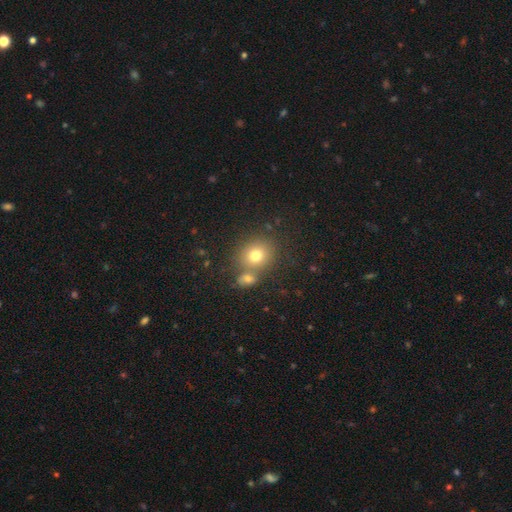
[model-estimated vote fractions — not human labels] The model was most divided on "merging": none: 60%, merger: 27%, minor disturbance: 9%, major disturbance: 4%. More confident: how rounded — round (76%); smooth or featured — smooth (76%).